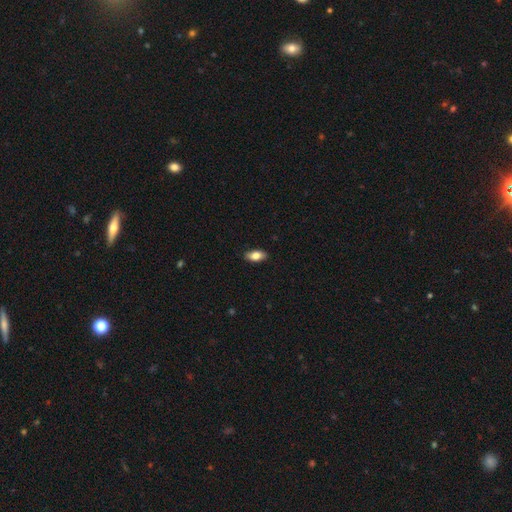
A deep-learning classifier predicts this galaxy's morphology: A smooth galaxy with no disk features (81%) that is in between round and cigar-shaped (90%). Merging: none (88%).